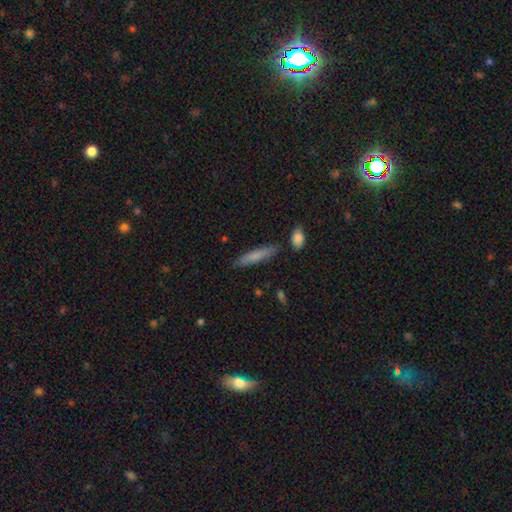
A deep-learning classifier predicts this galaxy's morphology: Smooth or featured?
  - smooth: 75% *
  - featured or disk: 19%
  - star or artifact: 6%
How rounded?
  - cigar-shaped: 87% *
  - in between: 11%
  - round: 2%
Merging?
  - none: 85% *
  - minor disturbance: 10%
  - merger: 4%
  - major disturbance: 2%